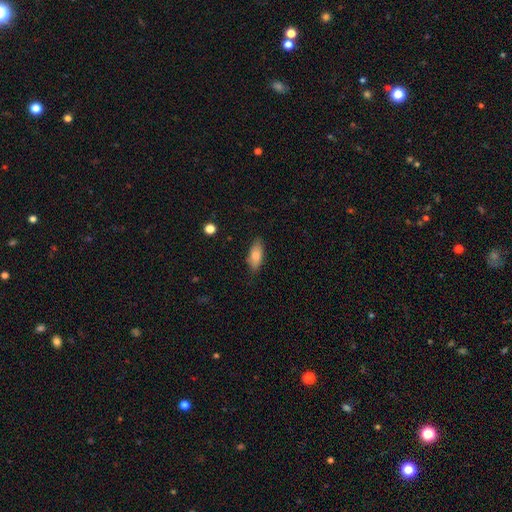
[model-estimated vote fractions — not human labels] A smooth galaxy with no disk features (82%) that is in between round and cigar-shaped (82%). Merging: none (80%).